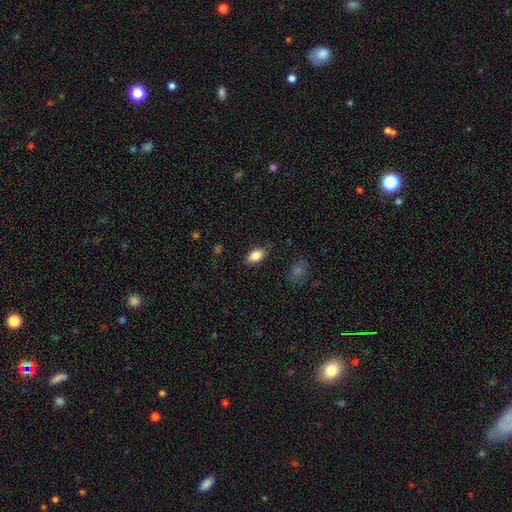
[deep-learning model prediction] Smooth or featured? smooth (85%)
How rounded? in between (91%)
Merging? none (80%)